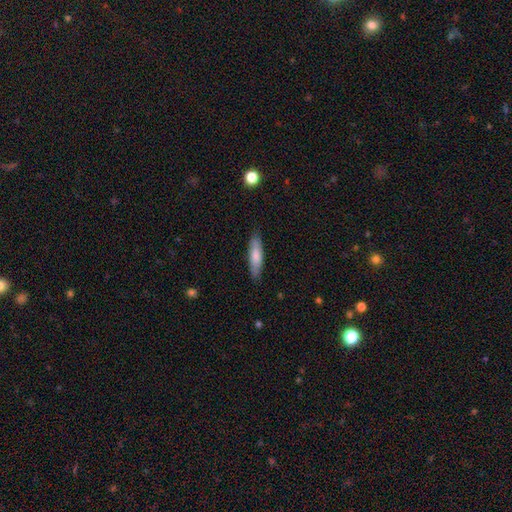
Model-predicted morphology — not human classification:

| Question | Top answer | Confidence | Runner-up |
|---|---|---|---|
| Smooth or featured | smooth | 75% | featured or disk (20%) |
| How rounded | cigar-shaped | 66% | in between (33%) |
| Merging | none | 84% | minor disturbance (12%) |